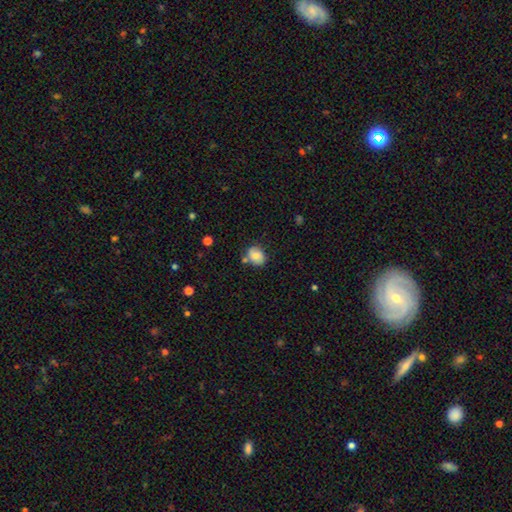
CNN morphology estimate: Smooth or featured?
  - smooth: 73% *
  - featured or disk: 18%
  - star or artifact: 9%
How rounded?
  - round: 53% *
  - in between: 46%
  - cigar-shaped: 1%
Merging?
  - none: 63% *
  - minor disturbance: 20%
  - merger: 13%
  - major disturbance: 5%